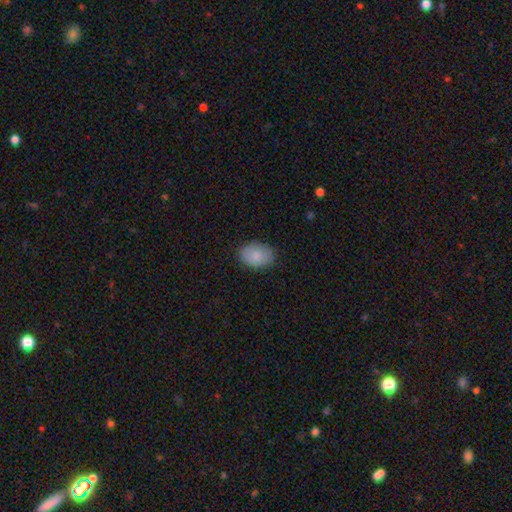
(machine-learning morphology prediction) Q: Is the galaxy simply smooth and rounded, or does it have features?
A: smooth — 87%.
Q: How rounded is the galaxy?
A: in between — 75%.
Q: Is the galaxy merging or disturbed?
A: none — 85%.